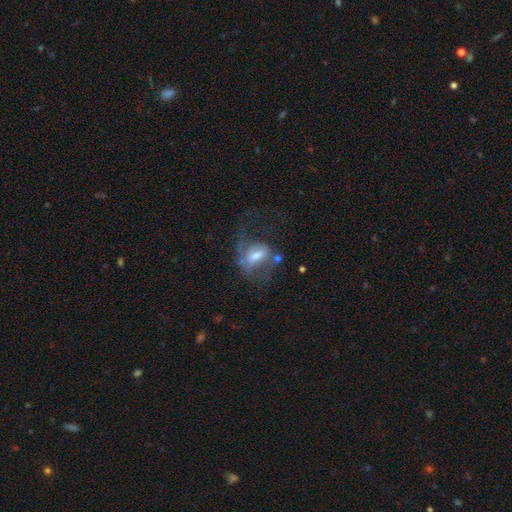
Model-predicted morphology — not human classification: Smooth or featured? featured or disk (53%)
Edge-on disk? no (93%)
Merging? major disturbance (47%)